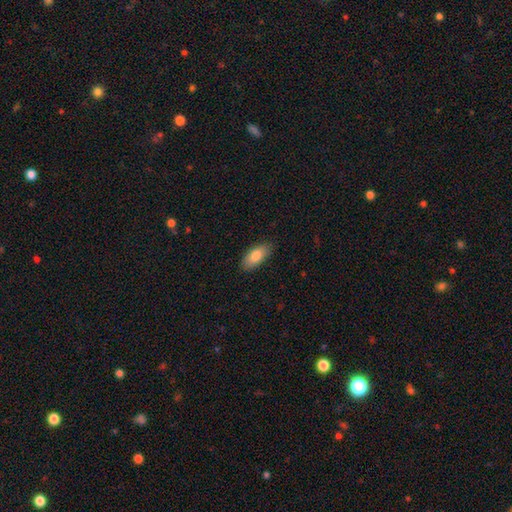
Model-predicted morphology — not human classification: smooth 83%, featured or disk 11%, star or artifact 6%. Down the decision tree: how rounded — in between (88%); merging — none (86%).